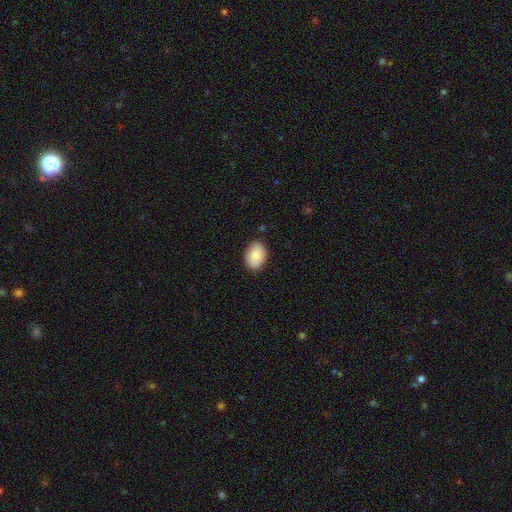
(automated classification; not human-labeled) A smooth galaxy with no disk features (87%) that is in between round and cigar-shaped (79%). Merging: none (85%).